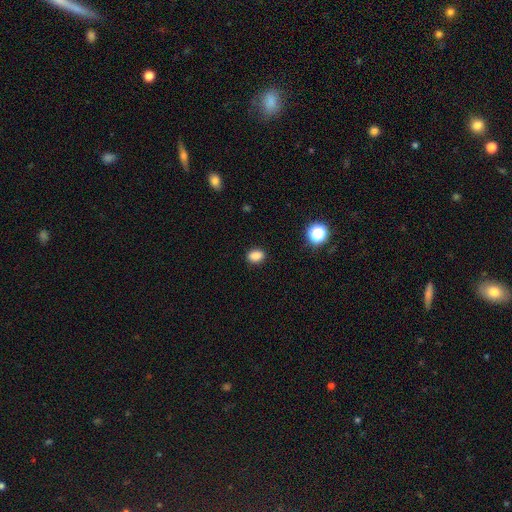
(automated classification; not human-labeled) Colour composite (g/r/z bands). It shows a smooth galaxy with no disk features (85%) that is in between round and cigar-shaped (63%). Merging: none (89%).